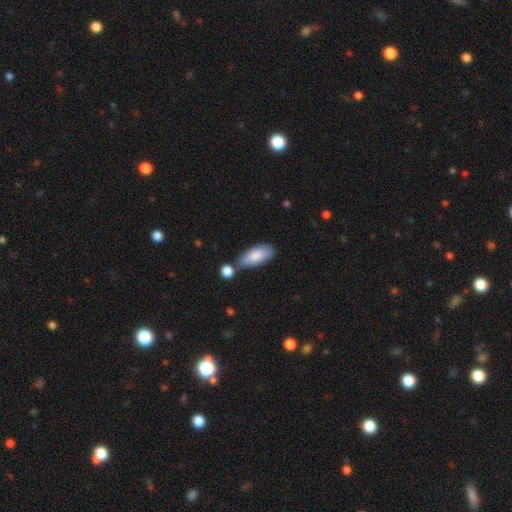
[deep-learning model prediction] Q: Smooth or featured?
A: smooth (84%); runner-up: featured or disk (11%)
Q: How rounded?
A: in between (82%); runner-up: cigar-shaped (16%)
Q: Merging?
A: none (57%); runner-up: minor disturbance (20%)